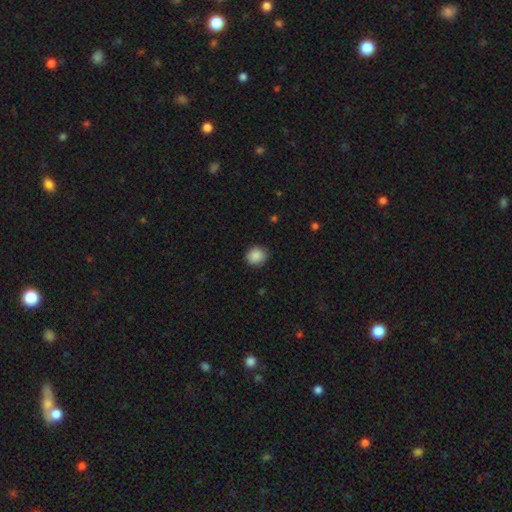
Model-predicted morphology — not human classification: The model was most divided on "how rounded": round: 82%, in between: 17%, cigar-shaped: 1%. More confident: smooth or featured — smooth (88%); merging — none (87%).